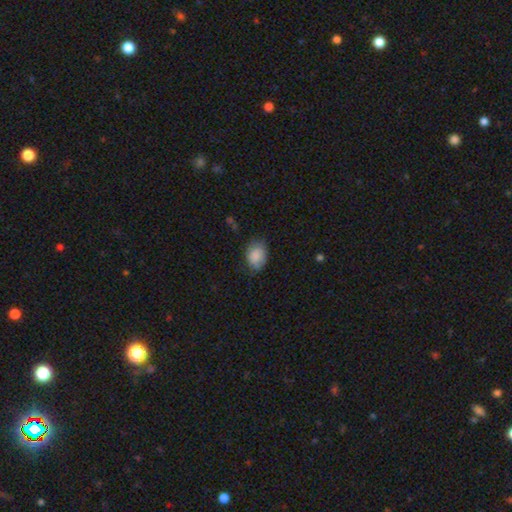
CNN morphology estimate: smooth 85%, star or artifact 8%, featured or disk 7%. Down the decision tree: how rounded — in between (69%); merging — none (64%).